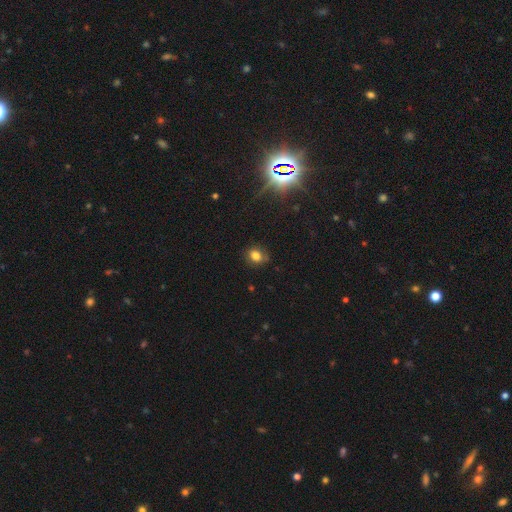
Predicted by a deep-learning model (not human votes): A smooth galaxy with no disk features (77%) that is round (57%).

Vote fractions:
- Smooth or featured? smooth: 77% / star or artifact: 15% / featured or disk: 9%
- How rounded? round: 57% / in between: 41% / cigar-shaped: 1%
- Merging? none: 76% / minor disturbance: 17% / major disturbance: 4% / merger: 2%